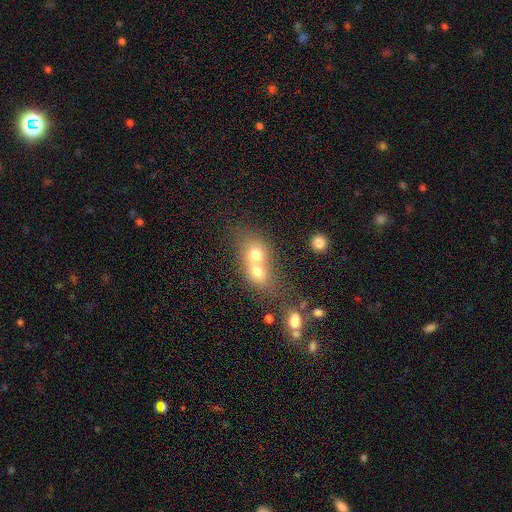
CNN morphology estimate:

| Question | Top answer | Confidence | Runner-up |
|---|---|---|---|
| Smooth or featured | smooth | 67% | featured or disk (20%) |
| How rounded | round | 63% | in between (35%) |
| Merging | merger | 70% | none (22%) |